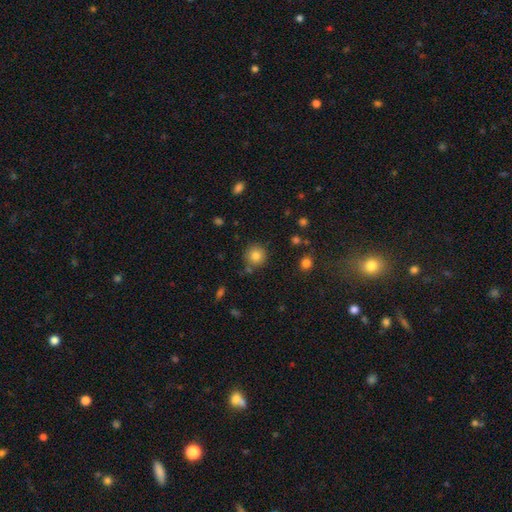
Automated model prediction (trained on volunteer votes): The model was most divided on "smooth or featured": smooth: 81%, star or artifact: 12%, featured or disk: 8%. More confident: how rounded — round (93%); merging — none (83%).